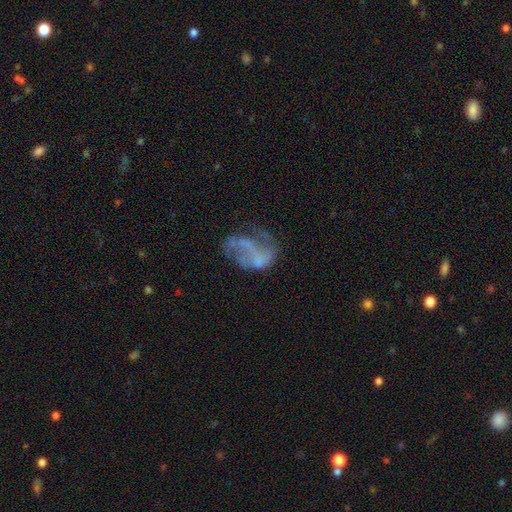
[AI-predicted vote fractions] featured or disk 61%, smooth 26%, star or artifact 13%. Down the decision tree: edge-on disk — no (98%); bar — no (76%); spiral arms — no (68%); bulge size — none (73%); merging — major disturbance (38%).